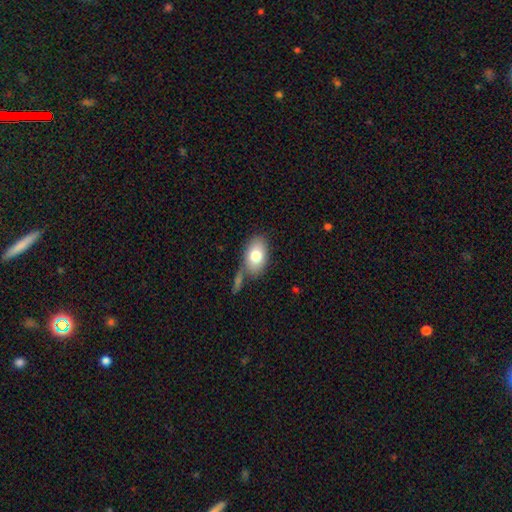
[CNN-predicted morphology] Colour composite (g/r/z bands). It shows a smooth galaxy with no disk features (77%) that is in between round and cigar-shaped (89%). Merging: none (62%).